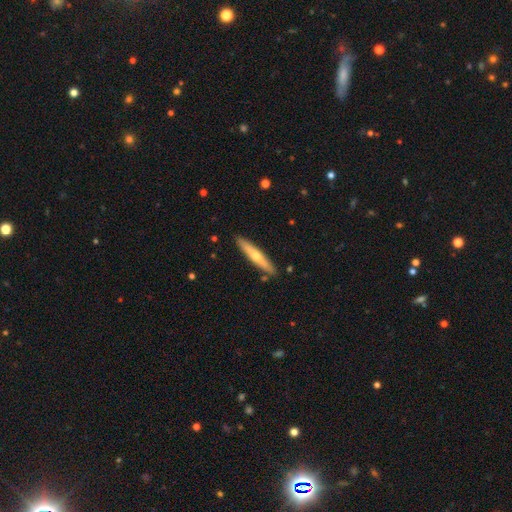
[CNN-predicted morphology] This is possibly a featured or disk galaxy (51%). It is clearly viewed edge-on (91%). Merging: clearly none (89%).